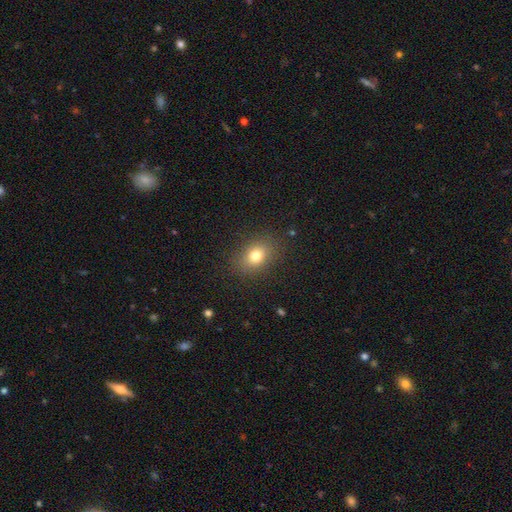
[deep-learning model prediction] Smooth or featured? Predicted: smooth (p=0.78). How rounded? Predicted: in between (p=0.63). Merging? Predicted: none (p=0.86).